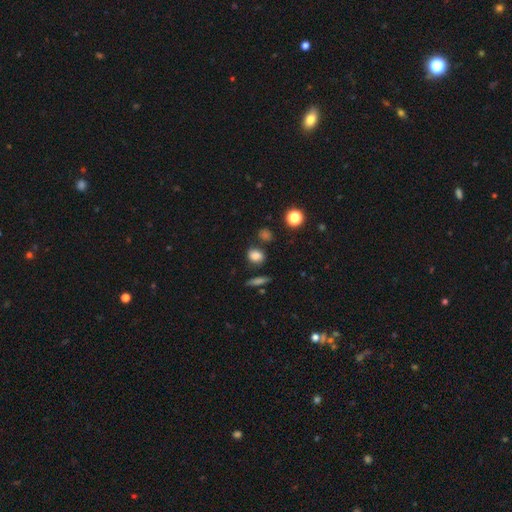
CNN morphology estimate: Smooth or featured: smooth — 80% (star or artifact — 14%)
How rounded: in between — 51% (round — 46%)
Merging: none — 75% (minor disturbance — 14%)